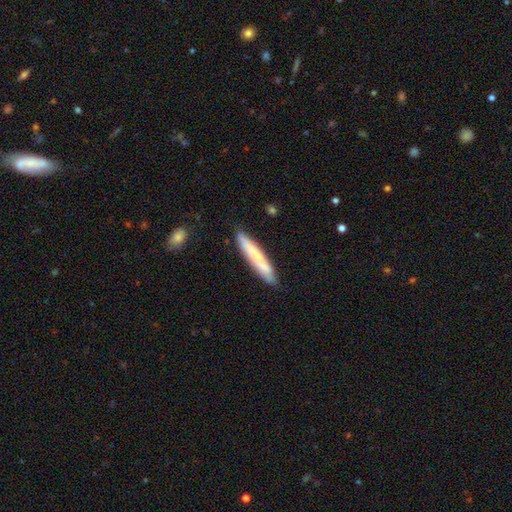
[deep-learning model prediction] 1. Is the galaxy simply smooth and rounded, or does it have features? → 63% smooth, 31% featured or disk, 6% star or artifact.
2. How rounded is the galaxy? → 93% cigar-shaped, 6% in between, 1% round.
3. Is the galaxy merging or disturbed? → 83% none, 12% minor disturbance, 2% merger, 2% major disturbance.